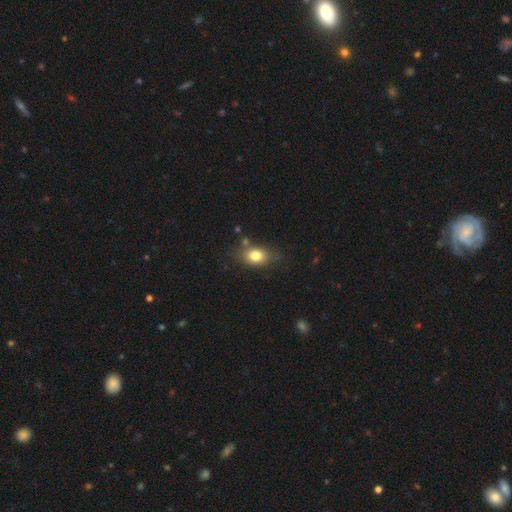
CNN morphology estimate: Smooth or featured: smooth — 79% (featured or disk — 11%)
How rounded: in between — 75% (round — 23%)
Merging: none — 70% (minor disturbance — 20%)